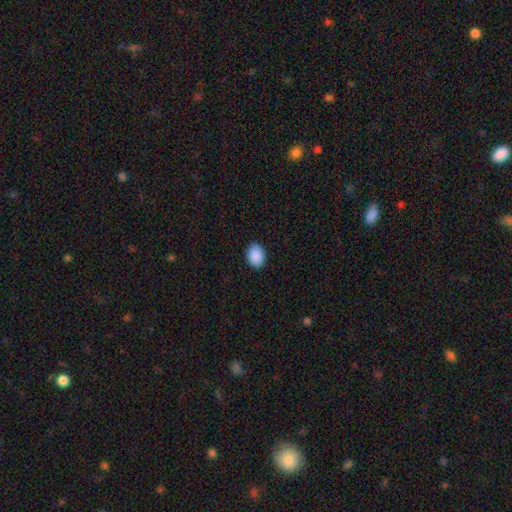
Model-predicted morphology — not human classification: Smooth or featured? Predicted: smooth (p=0.91). How rounded? Predicted: in between (p=0.66). Merging? Predicted: none (p=0.91).